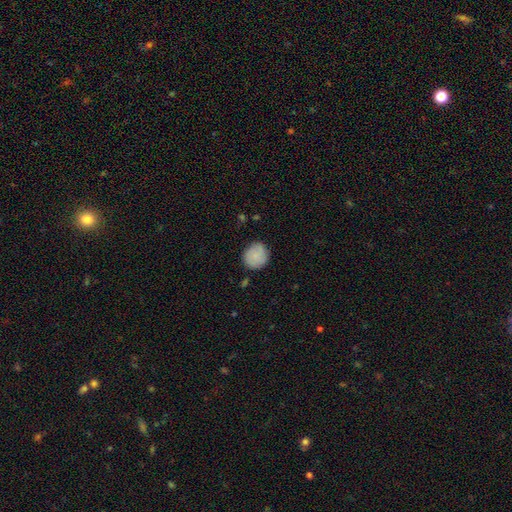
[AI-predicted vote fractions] A smooth galaxy with no disk features (85%) that is round (88%).

Vote fractions:
- Smooth or featured? smooth: 85% / featured or disk: 8% / star or artifact: 7%
- How rounded? round: 88% / in between: 11% / cigar-shaped: 1%
- Merging? none: 83% / minor disturbance: 13% / major disturbance: 3% / merger: 2%